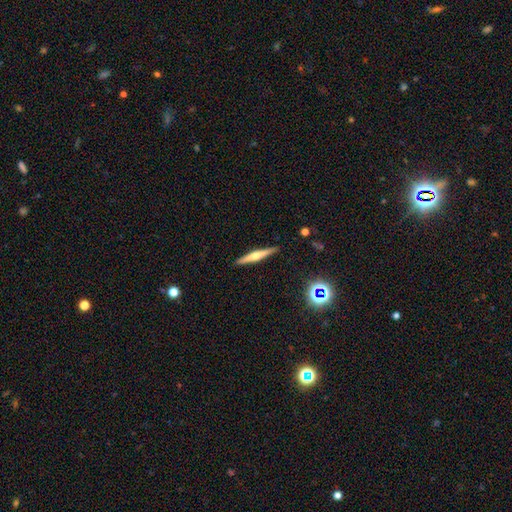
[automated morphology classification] Smooth or featured? featured or disk (63%)
Edge-on disk? yes (98%)
Edge-on bulge? rounded (86%)
Merging? none (91%)